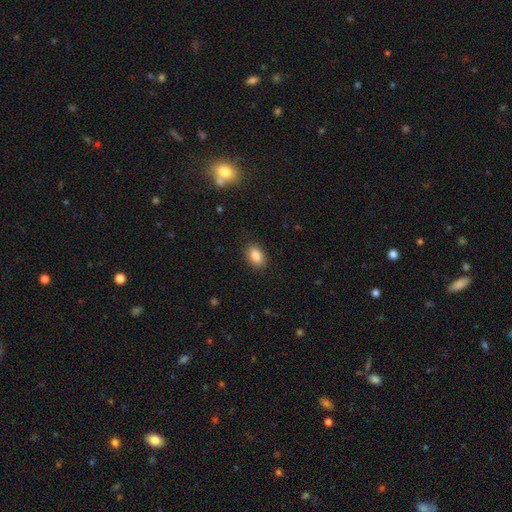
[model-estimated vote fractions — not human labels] smooth 86%, star or artifact 8%, featured or disk 5%. Down the decision tree: how rounded — in between (86%); merging — none (87%).